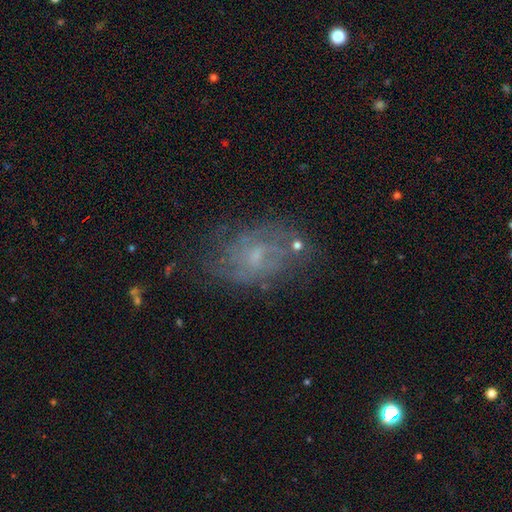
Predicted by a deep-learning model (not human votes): Q: Smooth or featured?
A: featured or disk (66%); runner-up: smooth (22%)
Q: Edge-on disk?
A: no (96%); runner-up: yes (4%)
Q: Bar?
A: no (57%); runner-up: weak (37%)
Q: Spiral arms?
A: yes (78%); runner-up: no (22%)
Q: Bulge size?
A: small (58%); runner-up: moderate (23%)
Q: Merging?
A: none (66%); runner-up: minor disturbance (20%)